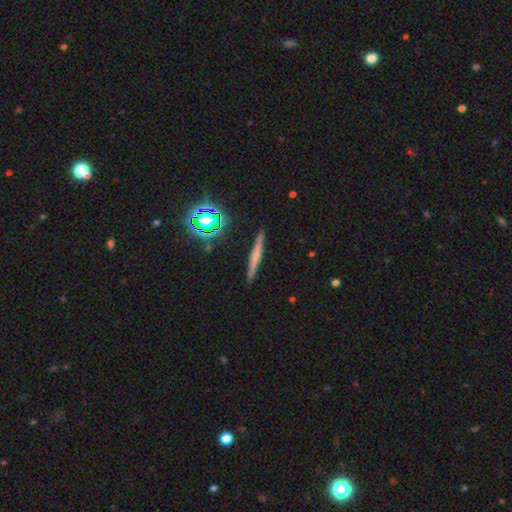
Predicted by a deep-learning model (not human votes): The model was most divided on "smooth or featured": featured or disk: 48%, smooth: 39%, star or artifact: 13%. More confident: merging — none (91%).